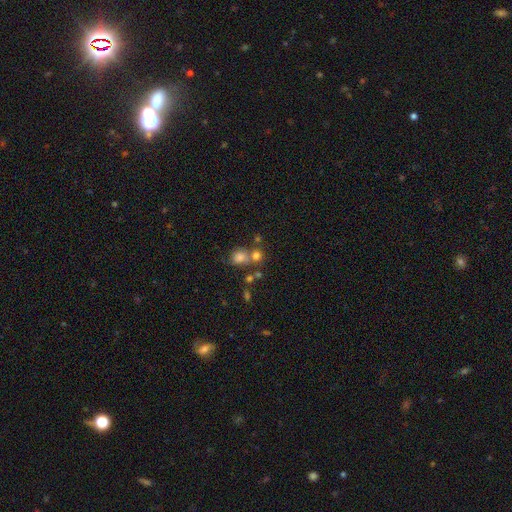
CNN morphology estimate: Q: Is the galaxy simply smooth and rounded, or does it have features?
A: smooth — 71%.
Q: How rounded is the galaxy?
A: round — 82%.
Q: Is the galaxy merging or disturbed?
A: none — 53%.